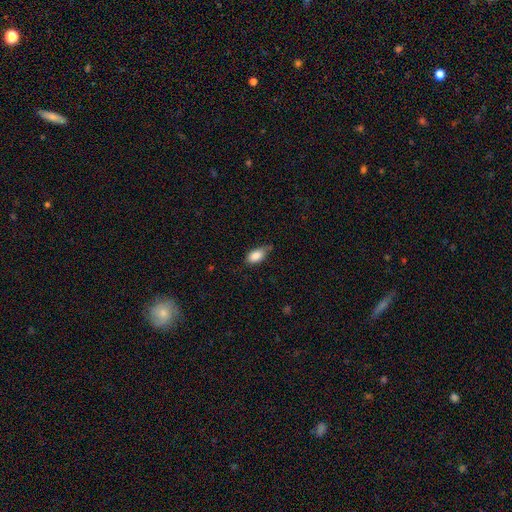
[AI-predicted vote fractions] smooth 85%, featured or disk 8%, star or artifact 7%. Down the decision tree: how rounded — in between (90%); merging — none (55%).